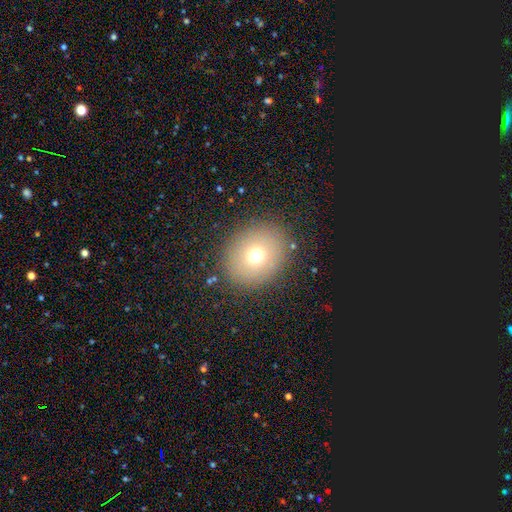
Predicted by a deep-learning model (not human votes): Smooth or featured: smooth — 70% (featured or disk — 15%)
How rounded: round — 70% (in between — 29%)
Merging: none — 87% (minor disturbance — 8%)